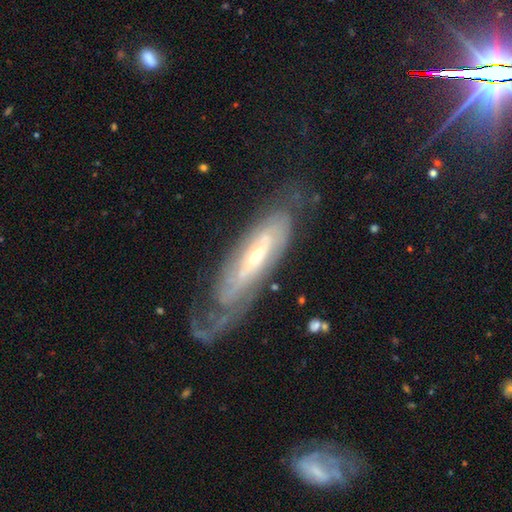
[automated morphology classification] Smooth or featured? featured or disk (82%)
Edge-on disk? no (78%)
Bar? no (49%)
Spiral arms? yes (86%)
Spiral winding? tight (59%)
Spiral arm count? can't tell (50%)
Bulge size? small (61%)
Merging? none (54%)